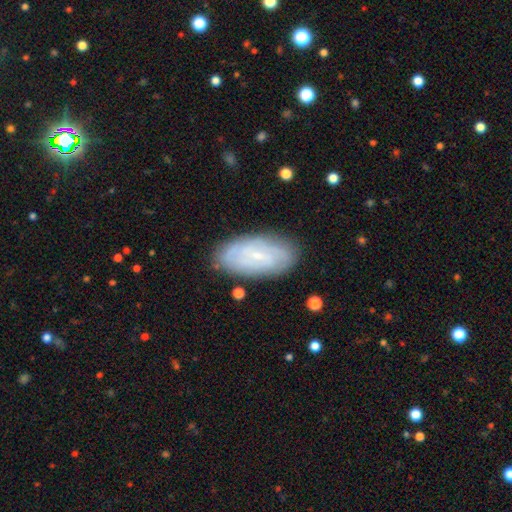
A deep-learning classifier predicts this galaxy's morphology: Smooth or featured? featured or disk (56%)
Edge-on disk? no (92%)
Bar? no (57%)
Spiral arms? yes (74%)
Bulge size? small (81%)
Merging? none (82%)